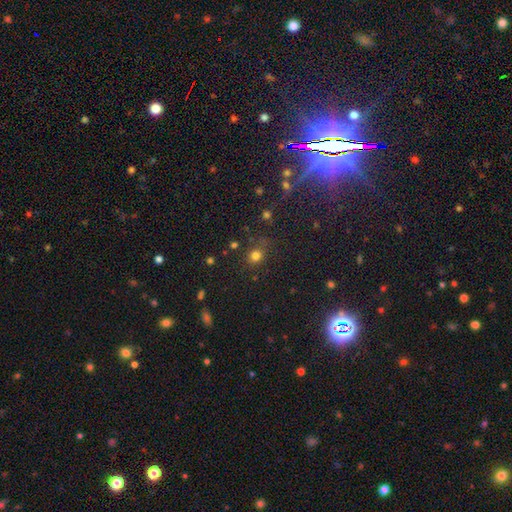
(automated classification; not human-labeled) smooth 76%, star or artifact 19%, featured or disk 5%. Down the decision tree: how rounded — round (80%); merging — none (77%).